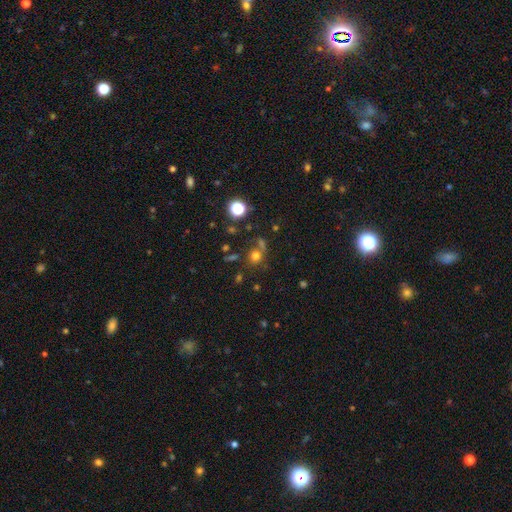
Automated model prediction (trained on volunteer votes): A smooth galaxy with no disk features (68%) that is round (85%).

Vote fractions:
- Smooth or featured? smooth: 68% / star or artifact: 22% / featured or disk: 10%
- How rounded? round: 85% / in between: 14% / cigar-shaped: 1%
- Merging? none: 61% / merger: 20% / minor disturbance: 12% / major disturbance: 7%